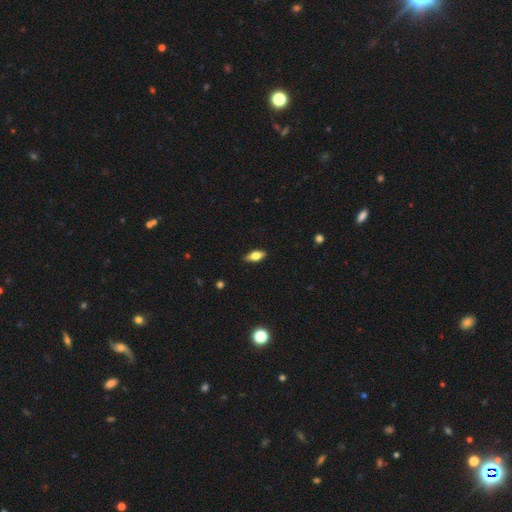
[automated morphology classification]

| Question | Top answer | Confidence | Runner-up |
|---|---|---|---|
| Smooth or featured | smooth | 69% | featured or disk (24%) |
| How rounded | in between | 82% | cigar-shaped (15%) |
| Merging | none | 87% | minor disturbance (10%) |